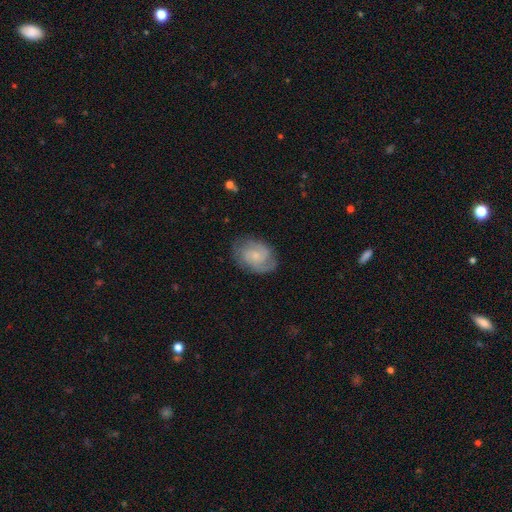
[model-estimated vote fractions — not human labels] Overall: featured or disk (70%). Edge-on disk: no (97%). Bar: no (67%; weak 29%). Spiral arms: yes (92%). Spiral arm count: 2 (55%; can't tell 20%). Spiral winding: medium (43%, tied with tight). Bulge size: small (65%). Merging: none (75%).